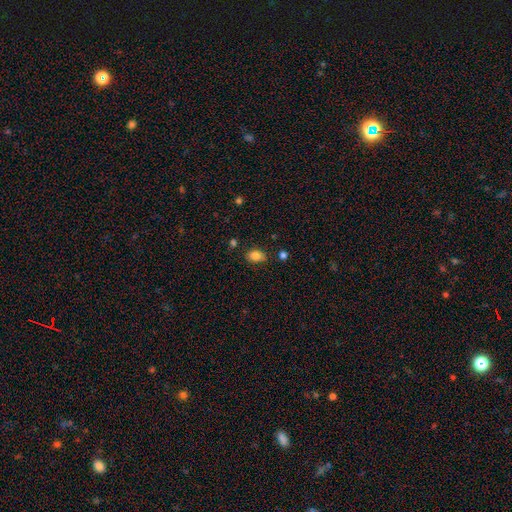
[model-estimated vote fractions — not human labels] smooth 84%, star or artifact 10%, featured or disk 6%. Down the decision tree: how rounded — in between (80%); merging — none (78%).